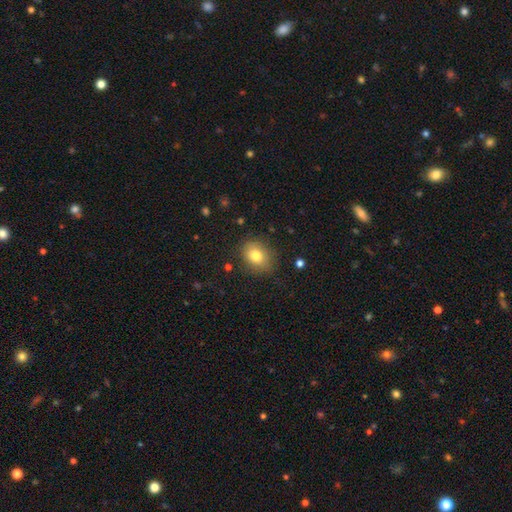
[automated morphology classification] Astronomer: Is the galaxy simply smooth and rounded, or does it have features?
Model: smooth — 80%.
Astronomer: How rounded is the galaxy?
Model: in between — 52% (runner-up: round, 47%).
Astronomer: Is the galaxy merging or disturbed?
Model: none — 82%.